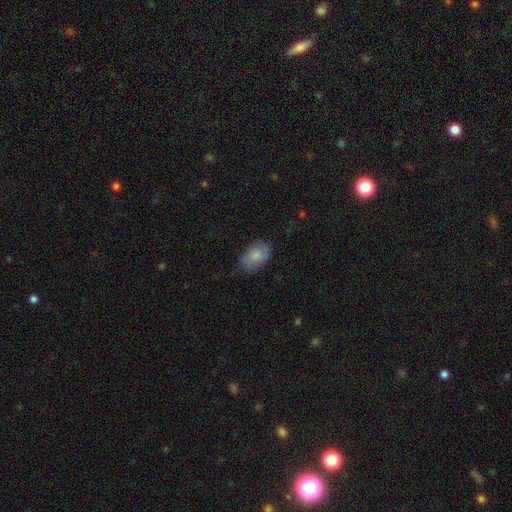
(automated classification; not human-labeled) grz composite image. It shows a smooth galaxy with no disk features (79%) that is in between round and cigar-shaped (91%). Merging: none (70%).